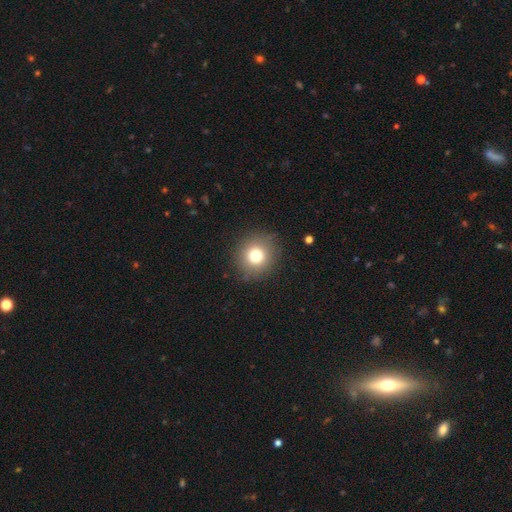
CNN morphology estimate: The model was most divided on "smooth or featured": smooth: 77%, star or artifact: 13%, featured or disk: 10%. More confident: how rounded — round (90%); merging — none (88%).